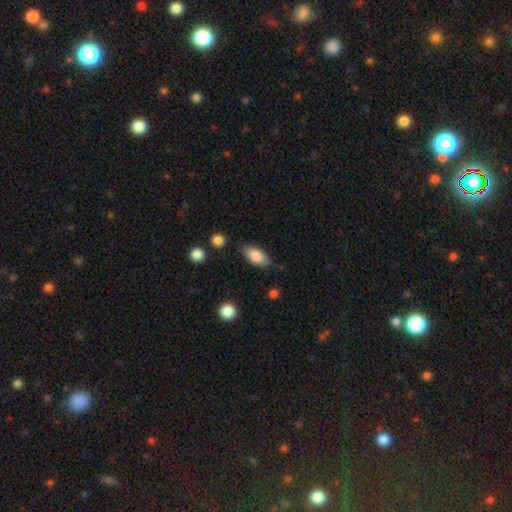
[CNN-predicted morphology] smooth_or_featured: smooth (p=0.82) [alt: featured or disk p=0.11]
how_rounded: in between (p=0.88) [alt: cigar-shaped p=0.09]
merging: none (p=0.77) [alt: minor disturbance p=0.17]